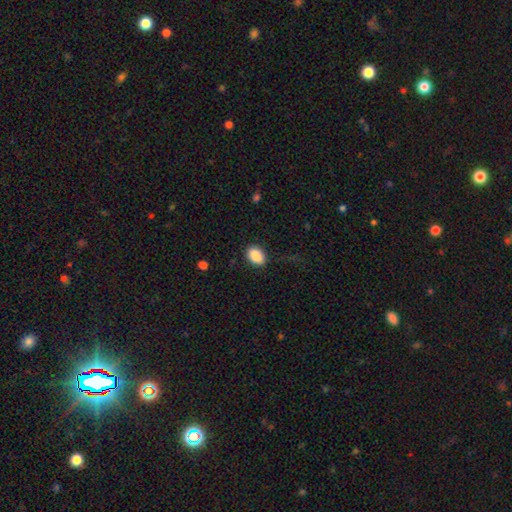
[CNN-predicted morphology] The model was most divided on "how rounded": in between: 84%, round: 15%, cigar-shaped: 1%. More confident: smooth or featured — smooth (89%); merging — none (84%).